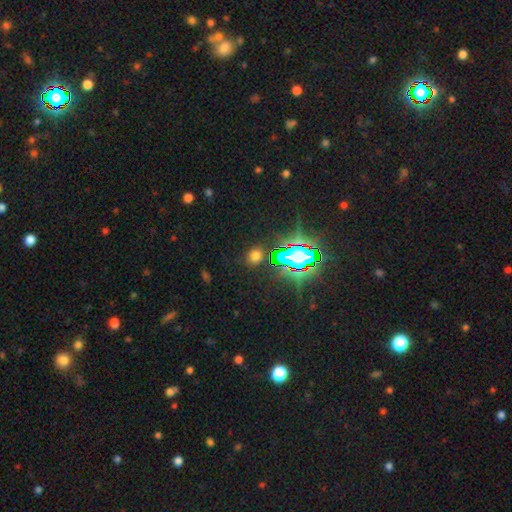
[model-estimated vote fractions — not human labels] Q: Smooth or featured?
A: smooth (53%); runner-up: star or artifact (40%)
Q: How rounded?
A: round (75%); runner-up: in between (23%)
Q: Merging?
A: none (86%); runner-up: minor disturbance (8%)